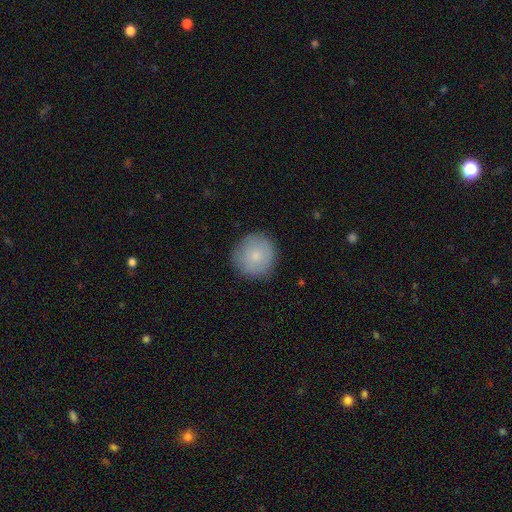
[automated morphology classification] smooth_or_featured: smooth (p=0.77) [alt: featured or disk p=0.16]
how_rounded: round (p=0.93) [alt: in between p=0.06]
merging: none (p=0.84) [alt: minor disturbance p=0.12]